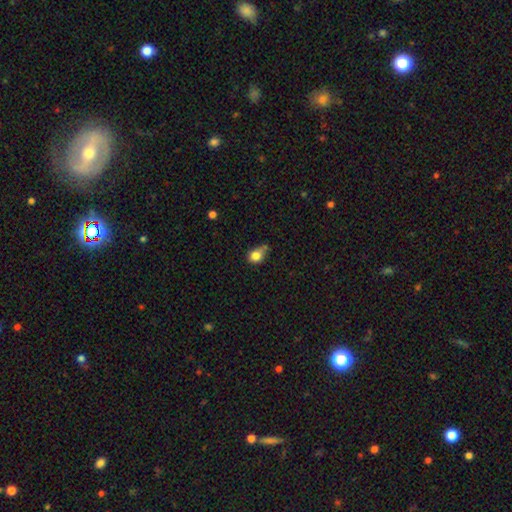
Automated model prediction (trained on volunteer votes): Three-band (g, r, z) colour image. It shows a smooth galaxy with no disk features (79%) that is round (57%). Merging: minor disturbance (38%).